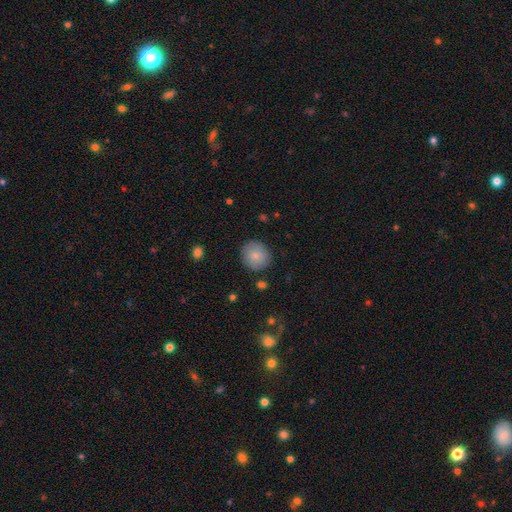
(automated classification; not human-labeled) Smooth or featured?
  - smooth: 83% *
  - featured or disk: 9%
  - star or artifact: 7%
How rounded?
  - round: 90% *
  - in between: 9%
  - cigar-shaped: 1%
Merging?
  - none: 87% *
  - minor disturbance: 9%
  - major disturbance: 2%
  - merger: 1%